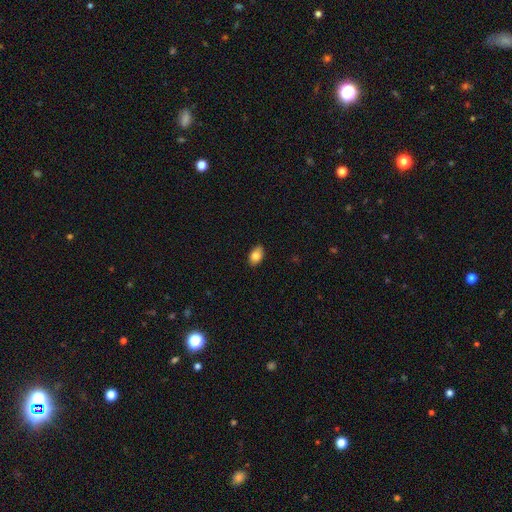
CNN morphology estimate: Smooth or featured: smooth — 83% (featured or disk — 9%)
How rounded: in between — 89% (round — 10%)
Merging: none — 85% (minor disturbance — 12%)